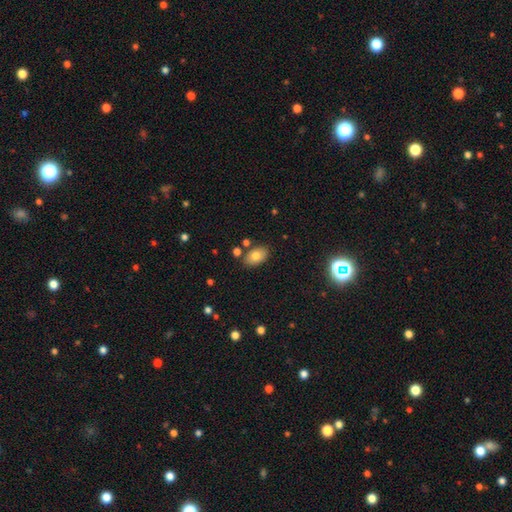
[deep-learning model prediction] Overall: smooth (77%). How rounded: in between (89%). Merging: none (79%).